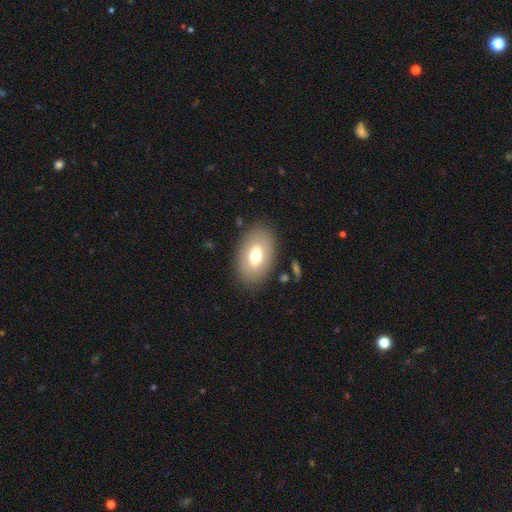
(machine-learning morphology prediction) This appears to be a smooth galaxy with no disk features (69%) that is in between round and cigar-shaped (90%). Merging: none (84%).